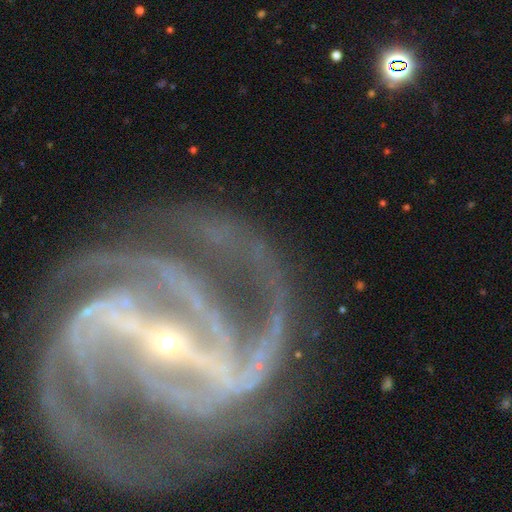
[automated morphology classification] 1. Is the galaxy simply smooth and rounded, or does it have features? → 93% featured or disk, 5% star or artifact, 2% smooth.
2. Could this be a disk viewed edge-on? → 98% no, 2% yes.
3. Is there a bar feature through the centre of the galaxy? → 79% strong, 13% weak, 7% no.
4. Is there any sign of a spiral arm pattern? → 98% yes, 2% no.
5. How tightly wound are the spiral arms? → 50% medium, 38% tight, 13% loose.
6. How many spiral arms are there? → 29% 3, 24% 2, 20% 4, 10% can't tell, 9% more than 4, 8% 1.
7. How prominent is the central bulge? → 90% small, 6% moderate, 2% none, 1% large, 1% dominant.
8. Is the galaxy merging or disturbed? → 63% none, 17% minor disturbance, 17% major disturbance, 4% merger.